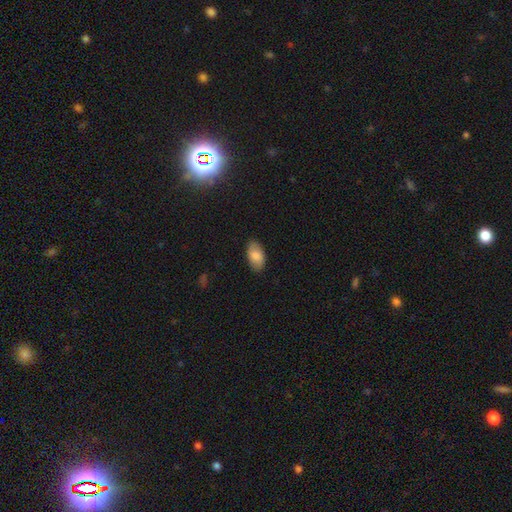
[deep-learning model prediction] This appears to be a smooth galaxy with no disk features (81%) that is in between round and cigar-shaped (95%). Merging: none (84%).